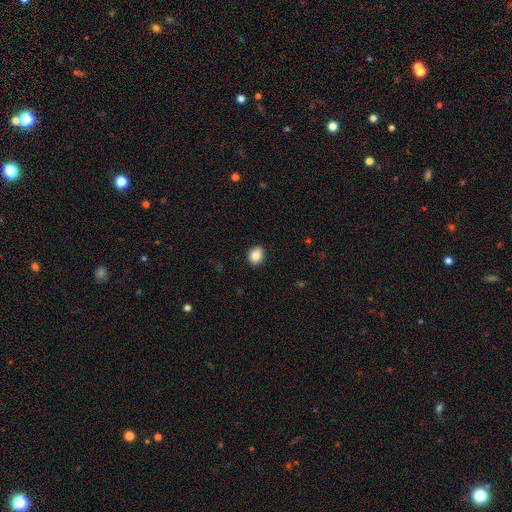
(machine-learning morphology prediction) Smooth or featured?
  - smooth: 84% *
  - star or artifact: 9%
  - featured or disk: 7%
How rounded?
  - round: 53% *
  - in between: 46%
  - cigar-shaped: 1%
Merging?
  - none: 89% *
  - minor disturbance: 8%
  - major disturbance: 2%
  - merger: 1%